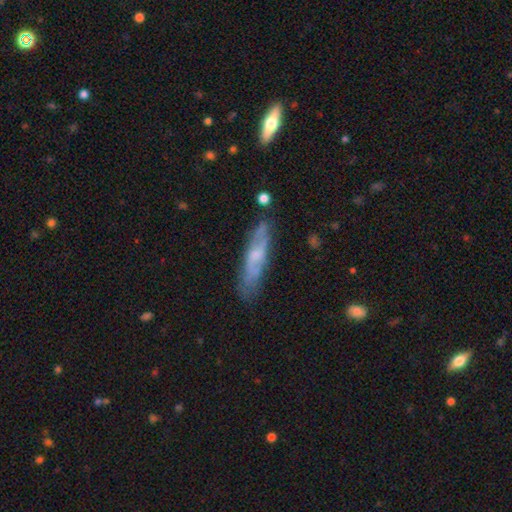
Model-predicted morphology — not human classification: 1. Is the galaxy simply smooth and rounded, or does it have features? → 53% featured or disk, 40% smooth, 7% star or artifact.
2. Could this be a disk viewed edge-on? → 53% no, 47% yes.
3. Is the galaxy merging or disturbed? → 70% none, 21% minor disturbance, 6% major disturbance, 3% merger.